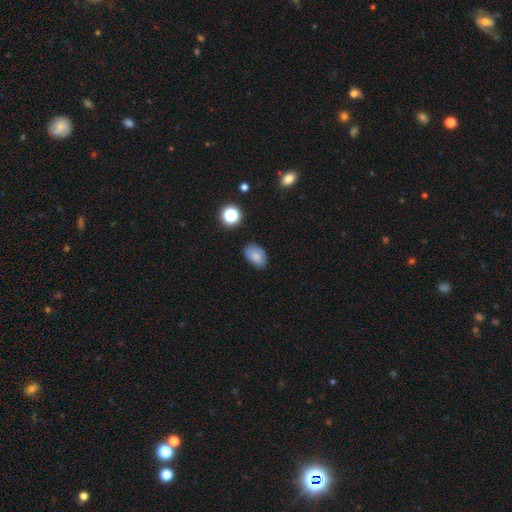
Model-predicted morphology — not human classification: This appears to be a smooth galaxy with no disk features (81%) that is in between round and cigar-shaped (84%). Merging: none (76%).